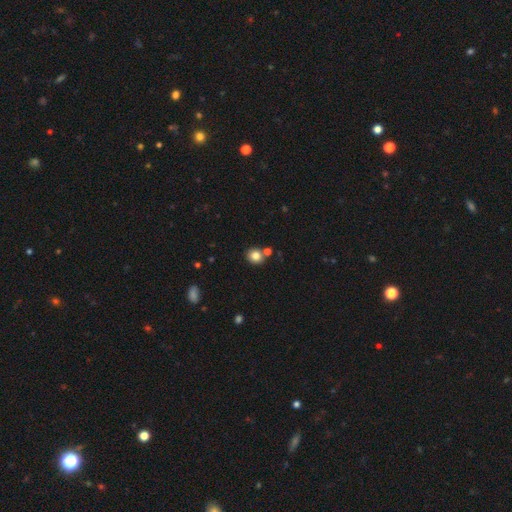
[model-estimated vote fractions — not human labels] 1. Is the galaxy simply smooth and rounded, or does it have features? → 81% smooth, 11% star or artifact, 7% featured or disk.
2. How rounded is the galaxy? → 80% round, 20% in between, 1% cigar-shaped.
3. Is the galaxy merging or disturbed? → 73% none, 15% merger, 9% minor disturbance, 3% major disturbance.